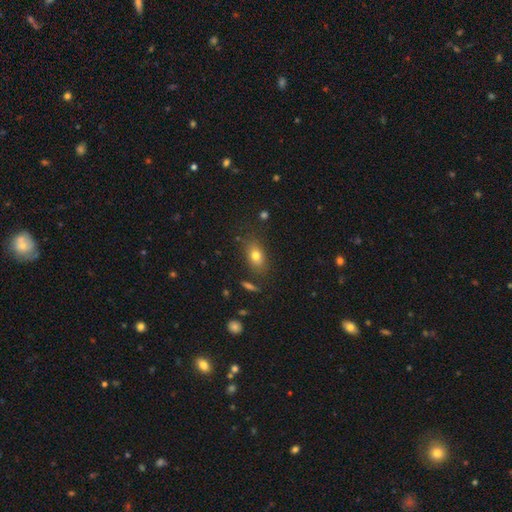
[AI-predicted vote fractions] Overall: smooth (76%). How rounded: in between (76%). Merging: none (79%).